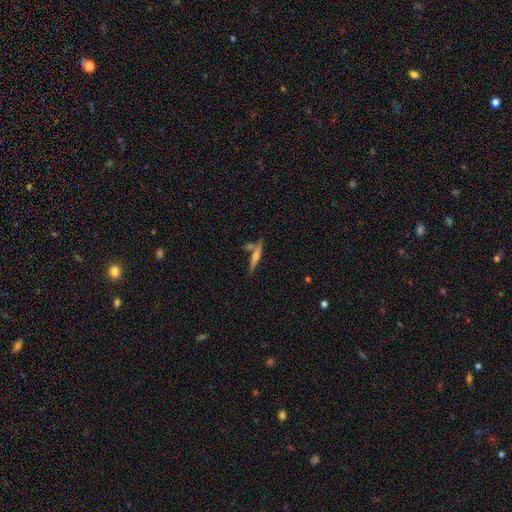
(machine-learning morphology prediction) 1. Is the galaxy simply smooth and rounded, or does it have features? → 47% smooth, 45% featured or disk, 8% star or artifact.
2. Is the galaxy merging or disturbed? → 65% none, 19% merger, 12% minor disturbance, 4% major disturbance.